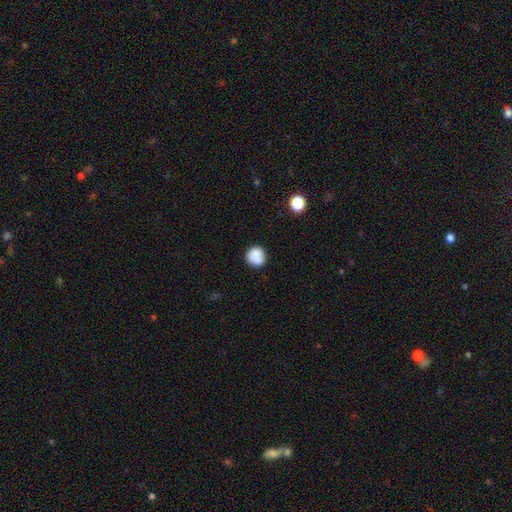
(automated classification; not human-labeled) Smooth or featured?
  - smooth: 85% *
  - star or artifact: 9%
  - featured or disk: 6%
How rounded?
  - round: 90% *
  - in between: 9%
  - cigar-shaped: 1%
Merging?
  - none: 81% *
  - minor disturbance: 13%
  - merger: 4%
  - major disturbance: 3%